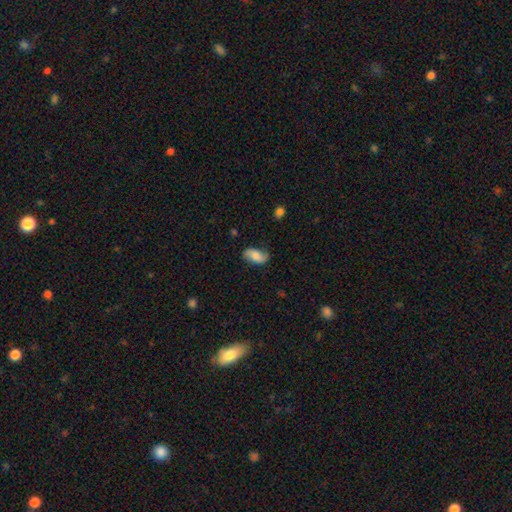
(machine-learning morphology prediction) Q: Smooth or featured?
A: smooth (58%); runner-up: featured or disk (34%)
Q: How rounded?
A: in between (92%); runner-up: round (5%)
Q: Merging?
A: none (75%); runner-up: minor disturbance (19%)